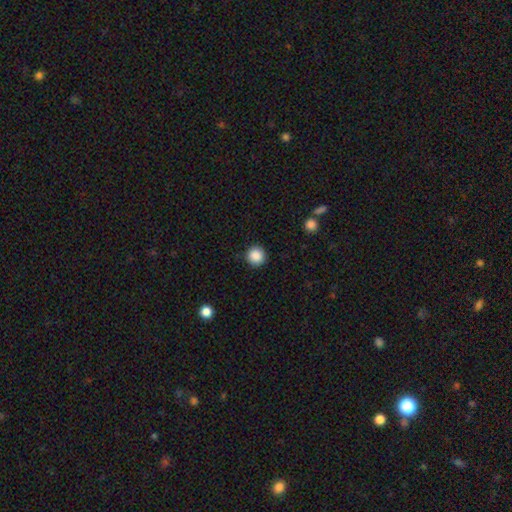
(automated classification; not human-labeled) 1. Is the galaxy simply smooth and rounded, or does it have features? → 88% smooth, 10% star or artifact, 3% featured or disk.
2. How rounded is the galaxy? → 94% round, 5% in between, 1% cigar-shaped.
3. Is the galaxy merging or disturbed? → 90% none, 7% minor disturbance, 2% major disturbance, 1% merger.